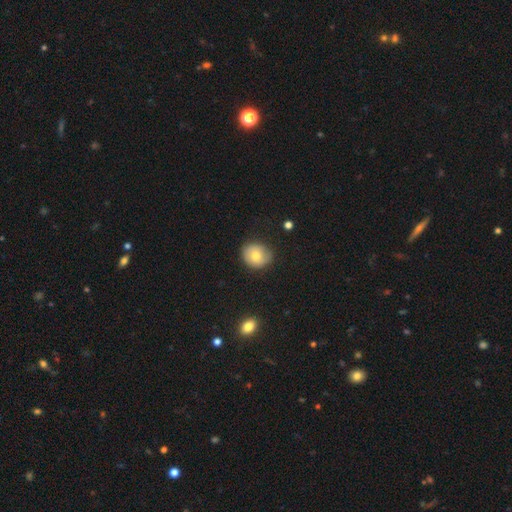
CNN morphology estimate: Overall: smooth (72%). How rounded: round (75%). Merging: none (76%).